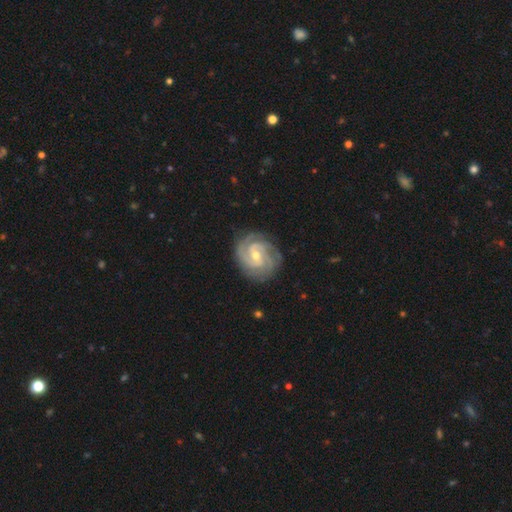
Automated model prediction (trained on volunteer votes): Smooth or featured? featured or disk (92%)
Edge-on disk? no (98%)
Bar? no (44%, tied with weak)
Spiral arms? yes (98%)
Spiral winding? tight (71%)
Spiral arm count? 3 (43%)
Bulge size? moderate (52%)
Merging? none (83%)